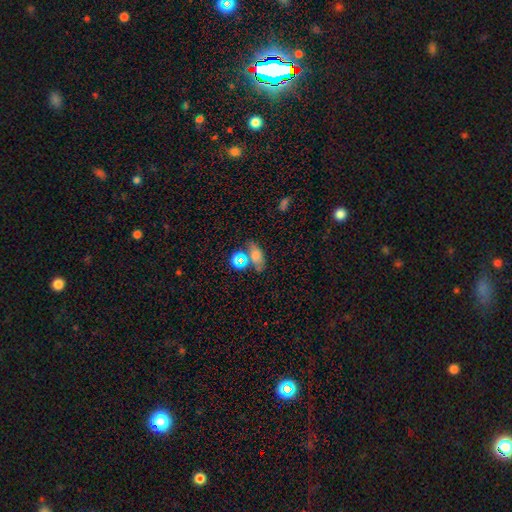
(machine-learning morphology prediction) Smooth or featured: smooth — 64% (star or artifact — 21%)
How rounded: in between — 75% (round — 18%)
Merging: none — 53% (merger — 21%)